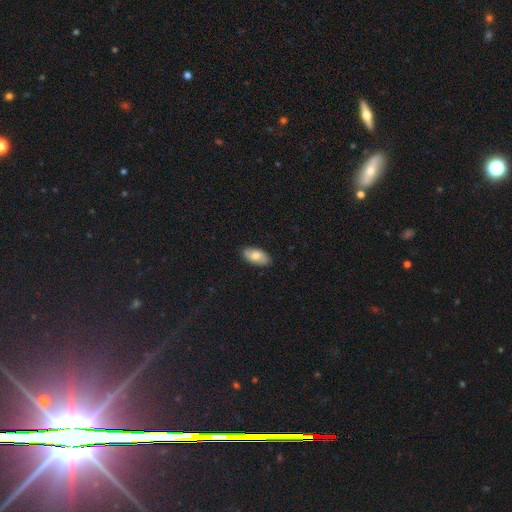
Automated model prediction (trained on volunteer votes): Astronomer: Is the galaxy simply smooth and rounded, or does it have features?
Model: smooth — 73%.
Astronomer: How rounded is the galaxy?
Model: in between — 94%.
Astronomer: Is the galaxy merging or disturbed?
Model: none — 86%.